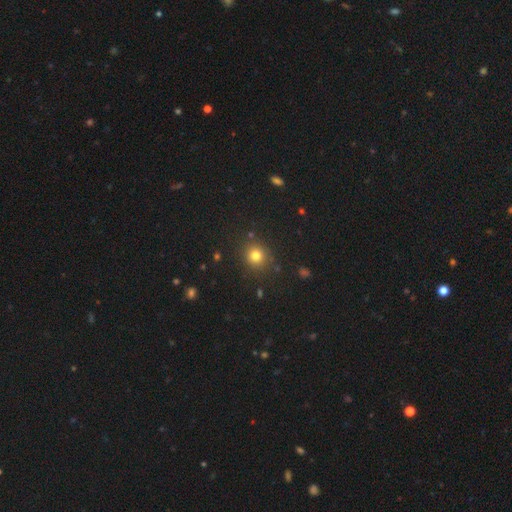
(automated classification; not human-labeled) A smooth galaxy with no disk features (78%) that is round (91%).

Vote fractions:
- Smooth or featured? smooth: 78% / star or artifact: 16% / featured or disk: 6%
- How rounded? round: 91% / in between: 8% / cigar-shaped: 1%
- Merging? none: 87% / minor disturbance: 8% / major disturbance: 3% / merger: 2%